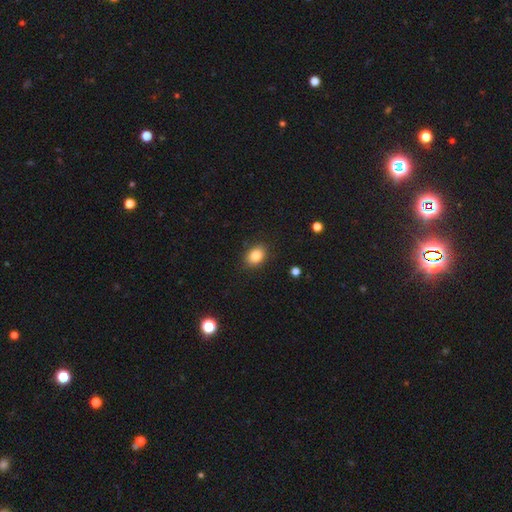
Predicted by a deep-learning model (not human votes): Smooth or featured? Predicted: smooth (p=0.84). How rounded? Predicted: in between (p=0.70). Merging? Predicted: none (p=0.88).